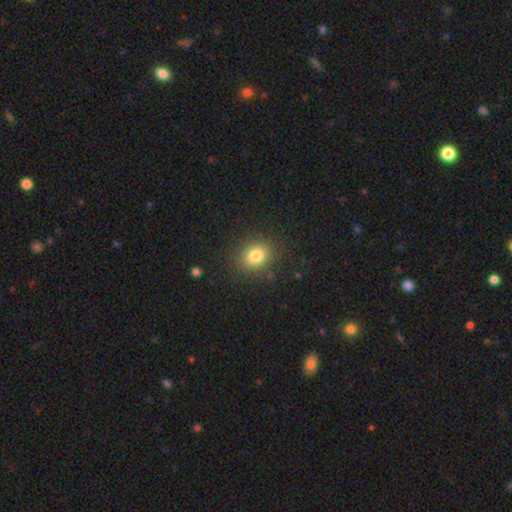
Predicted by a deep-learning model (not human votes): smooth_or_featured: smooth (p=0.80) [alt: star or artifact p=0.12]
how_rounded: round (p=0.57) [alt: in between p=0.42]
merging: none (p=0.87) [alt: minor disturbance p=0.09]